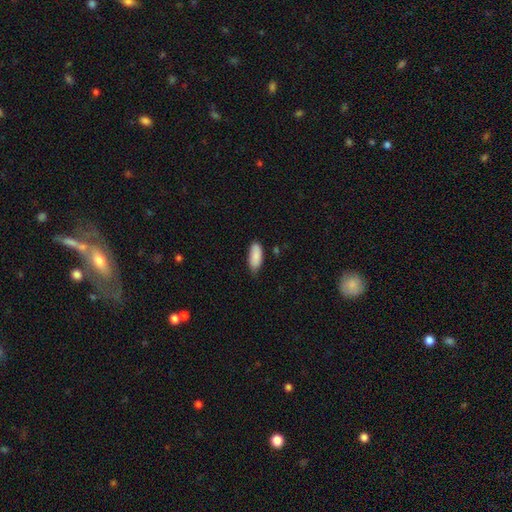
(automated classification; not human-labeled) smooth_or_featured: smooth (p=0.89) [alt: star or artifact p=0.06]
how_rounded: in between (p=0.84) [alt: cigar-shaped p=0.15]
merging: none (p=0.73) [alt: minor disturbance p=0.23]